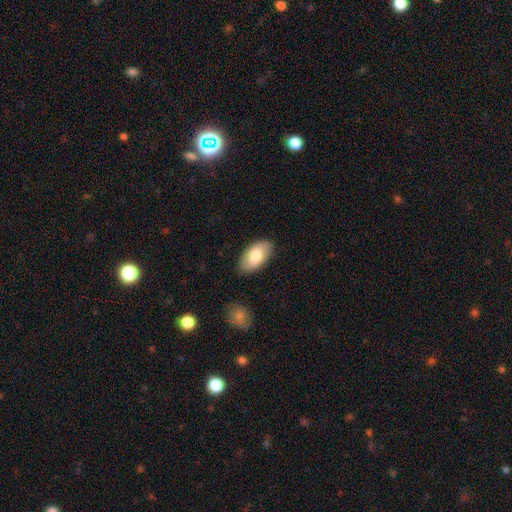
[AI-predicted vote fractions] smooth 79%, featured or disk 15%, star or artifact 6%. Down the decision tree: how rounded — in between (95%); merging — none (86%).